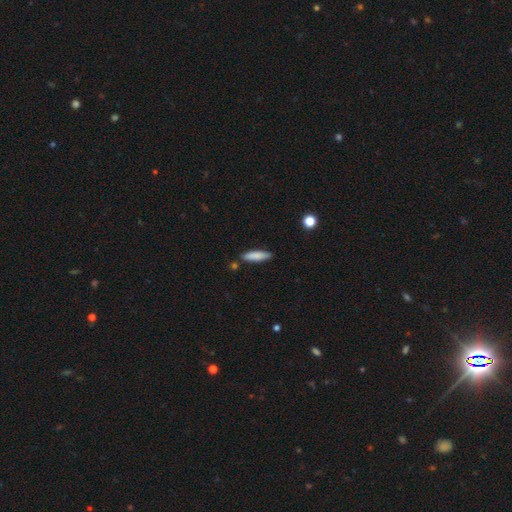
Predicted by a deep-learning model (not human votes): smooth_or_featured: smooth (p=0.82) [alt: featured or disk p=0.12]
how_rounded: cigar-shaped (p=0.76) [alt: in between p=0.23]
merging: none (p=0.84) [alt: minor disturbance p=0.11]